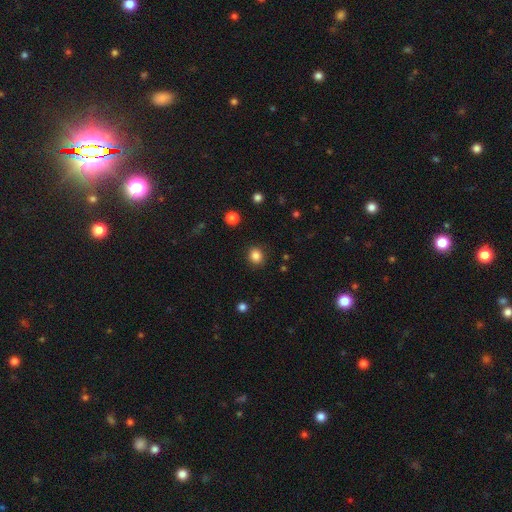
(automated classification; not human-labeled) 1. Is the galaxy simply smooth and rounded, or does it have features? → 85% smooth, 11% star or artifact, 4% featured or disk.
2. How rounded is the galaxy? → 78% round, 22% in between, 1% cigar-shaped.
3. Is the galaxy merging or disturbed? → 89% none, 7% minor disturbance, 3% major disturbance, 1% merger.